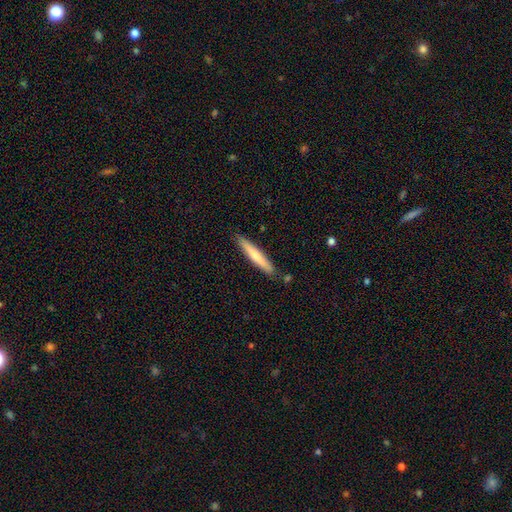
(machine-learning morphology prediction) A smooth galaxy with no disk features (65%) that is cigar-shaped (93%). Merging: none (86%).